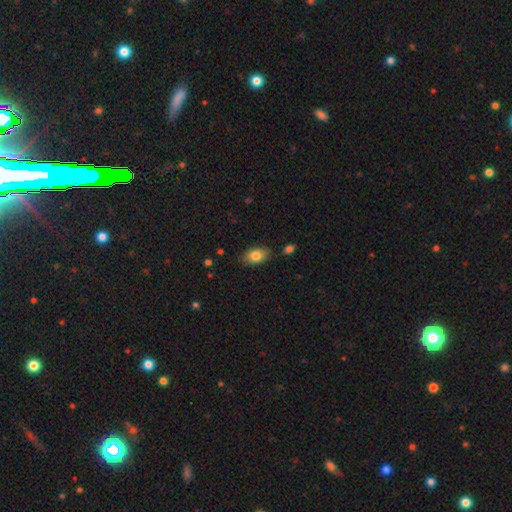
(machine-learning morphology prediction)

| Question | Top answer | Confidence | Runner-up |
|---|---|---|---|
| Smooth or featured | smooth | 82% | featured or disk (10%) |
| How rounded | in between | 88% | round (10%) |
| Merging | none | 83% | minor disturbance (12%) |